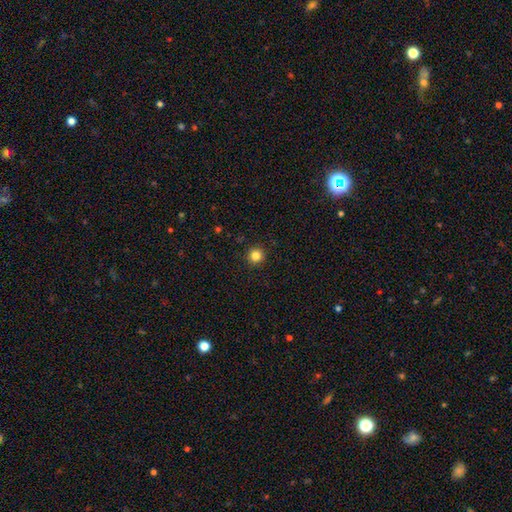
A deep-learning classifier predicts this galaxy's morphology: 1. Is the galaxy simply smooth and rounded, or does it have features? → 84% smooth, 12% star or artifact, 4% featured or disk.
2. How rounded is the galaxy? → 96% round, 3% in between, 1% cigar-shaped.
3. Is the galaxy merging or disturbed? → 93% none, 5% minor disturbance, 2% major disturbance, 1% merger.